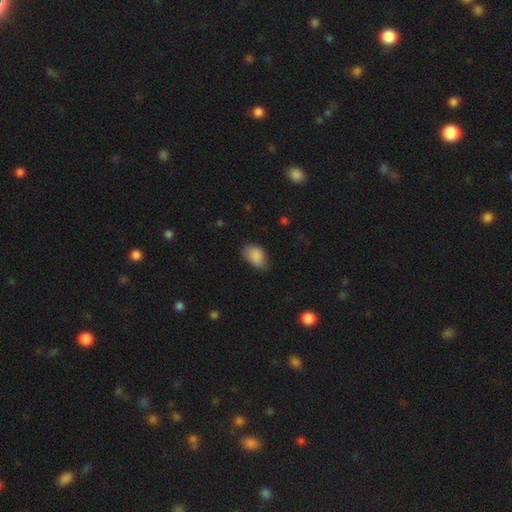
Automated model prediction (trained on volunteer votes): smooth_or_featured: smooth (p=0.87) [alt: star or artifact p=0.07]
how_rounded: in between (p=0.86) [alt: round p=0.13]
merging: none (p=0.63) [alt: minor disturbance p=0.30]